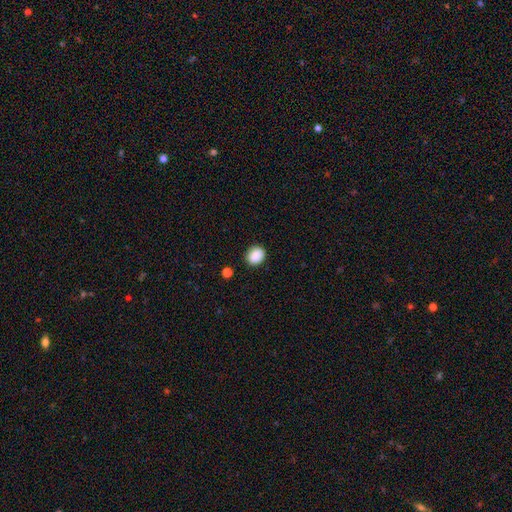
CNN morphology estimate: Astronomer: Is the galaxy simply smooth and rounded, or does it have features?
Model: smooth — 88%.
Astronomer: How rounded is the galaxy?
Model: round — 60% (runner-up: in between, 39%).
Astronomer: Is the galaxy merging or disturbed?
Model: none — 86%.